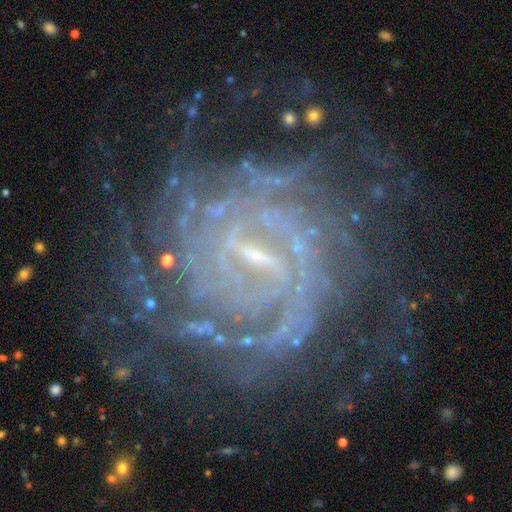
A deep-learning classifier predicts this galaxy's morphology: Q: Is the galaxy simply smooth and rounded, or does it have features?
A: featured or disk — 88%.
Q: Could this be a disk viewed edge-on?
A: no — 98%.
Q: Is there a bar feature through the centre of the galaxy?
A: weak — 53%.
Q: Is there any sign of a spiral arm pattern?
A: yes — 96%.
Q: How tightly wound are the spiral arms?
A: tight — 75%.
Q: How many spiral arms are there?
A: can't tell — 35%.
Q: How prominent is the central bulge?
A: small — 72%.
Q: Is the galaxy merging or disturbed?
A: none — 72%.